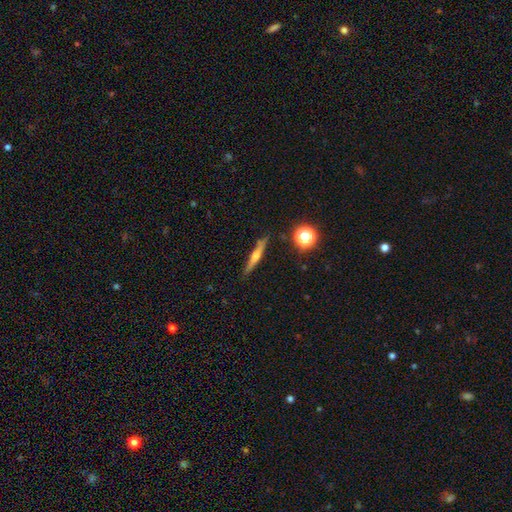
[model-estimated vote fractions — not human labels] smooth_or_featured: featured or disk (p=0.59) [alt: smooth p=0.32]
disk_edge_on: yes (p=0.97) [alt: no p=0.03]
edge_on_bulge: rounded (p=0.78) [alt: none p=0.12]
merging: none (p=0.88) [alt: minor disturbance p=0.09]